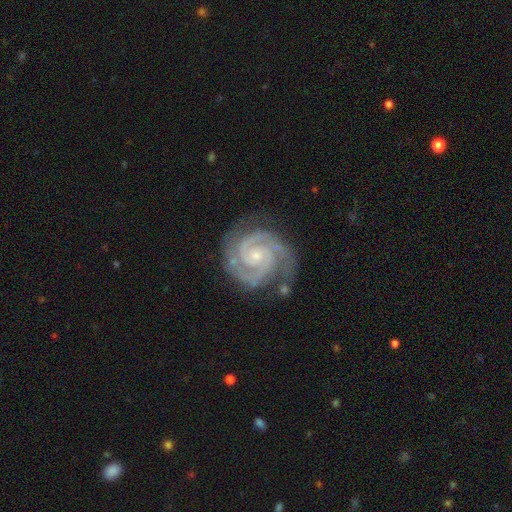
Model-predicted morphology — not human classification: Smooth or featured? Predicted: featured or disk (p=0.94). Edge-on disk? Predicted: no (p=0.98). Bar? Predicted: no (p=0.64). Spiral arms? Predicted: yes (p=0.99). Spiral winding? Predicted: tight (p=0.72). Spiral arm count? Predicted: 2 (p=0.81). Bulge size? Predicted: small (p=0.72). Merging? Predicted: none (p=0.77).